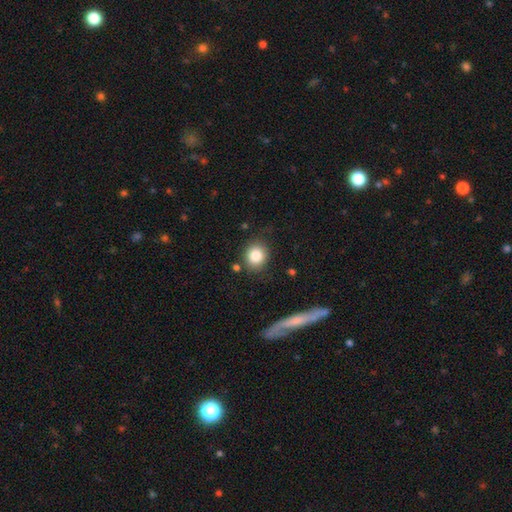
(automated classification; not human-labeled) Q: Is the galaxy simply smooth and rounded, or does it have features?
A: smooth — 83%.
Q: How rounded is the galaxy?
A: round — 77%.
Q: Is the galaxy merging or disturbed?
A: none — 81%.